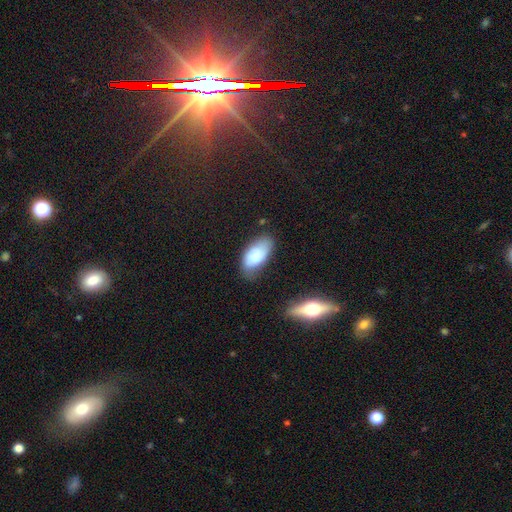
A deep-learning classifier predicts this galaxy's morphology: smooth-or-featured: smooth: 76% | featured or disk: 17% | star or artifact: 8%
  how-rounded: in between: 93% | cigar-shaped: 4% | round: 3%
  merging: none: 60% | minor disturbance: 29% | major disturbance: 7% | merger: 4%